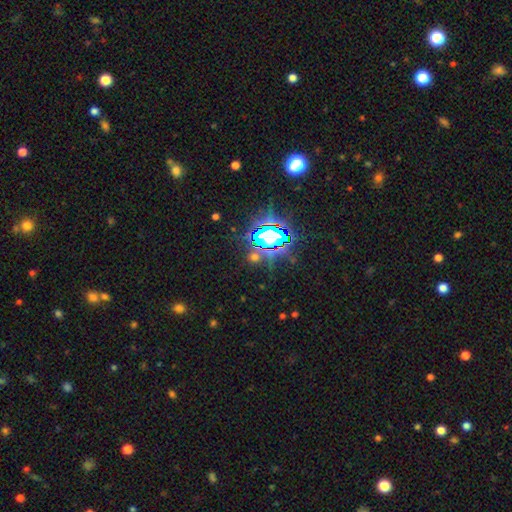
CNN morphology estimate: Smooth or featured? star or artifact (75%)